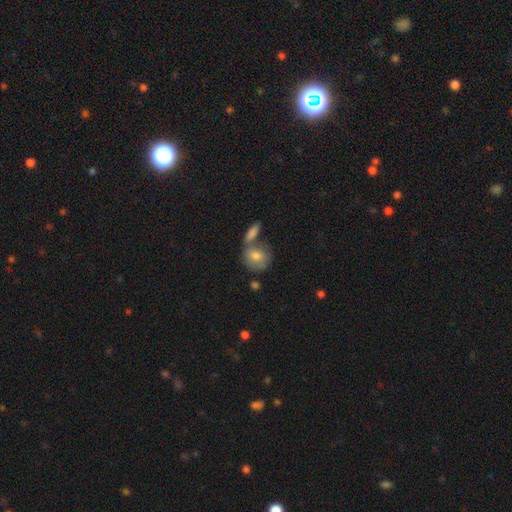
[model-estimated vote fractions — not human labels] This appears to be a smooth galaxy with no disk features (72%) that is round (68%). Merging: none (47%).